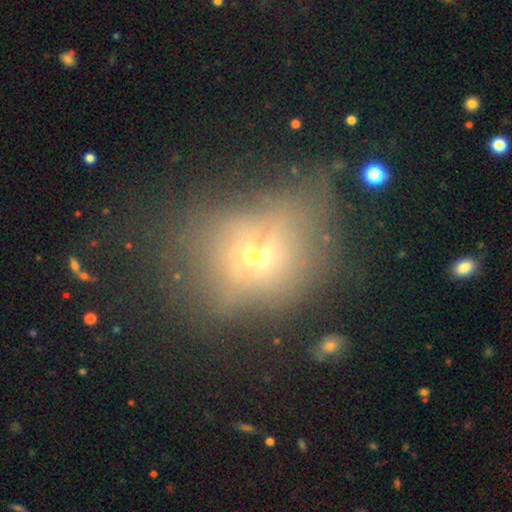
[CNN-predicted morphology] Q: Smooth or featured?
A: smooth (44%); runner-up: featured or disk (35%)
Q: Merging?
A: none (47%); runner-up: major disturbance (23%)